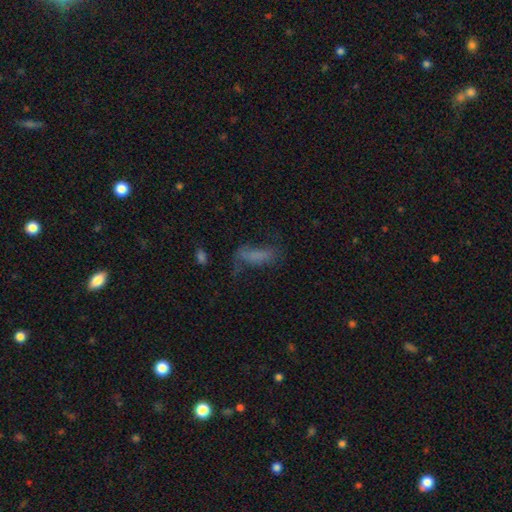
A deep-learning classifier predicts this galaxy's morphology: The model was most divided on "merging": none: 41%, major disturbance: 28%, minor disturbance: 26%, merger: 5%. More confident: smooth or featured — smooth (62%); how rounded — in between (58%).